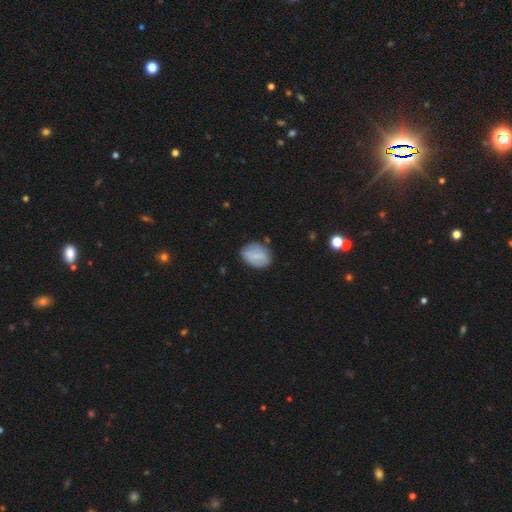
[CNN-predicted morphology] A smooth galaxy with no disk features (70%) that is in between round and cigar-shaped (72%).

Vote fractions:
- Smooth or featured? smooth: 70% / featured or disk: 23% / star or artifact: 7%
- How rounded? in between: 72% / round: 27% / cigar-shaped: 2%
- Merging? none: 78% / minor disturbance: 16% / major disturbance: 4% / merger: 2%